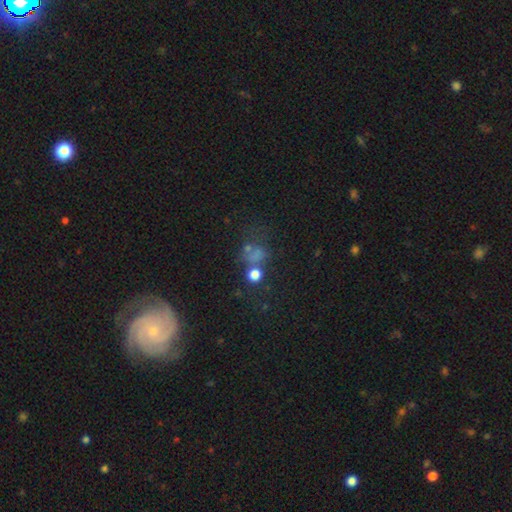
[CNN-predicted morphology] Overall: smooth (43%; star or artifact 34%). Merging: none (48%; major disturbance 18%).